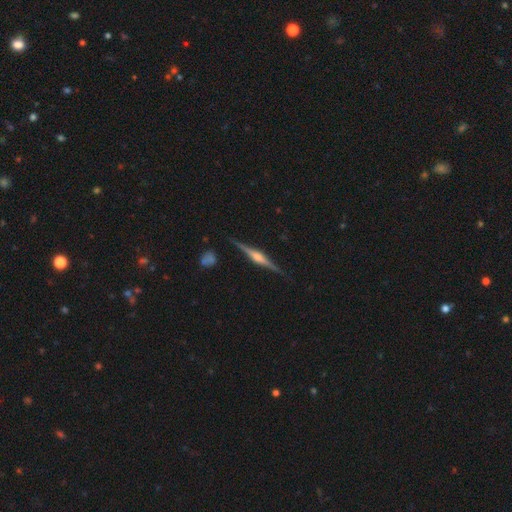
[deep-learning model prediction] smooth-or-featured: featured or disk: 87% | smooth: 8% | star or artifact: 5%
  disk-edge-on: yes: 98% | no: 2%
    edge-on-bulge: rounded: 84% | boxy: 12% | none: 4%
  merging: none: 90% | minor disturbance: 7% | merger: 2% | major disturbance: 2%